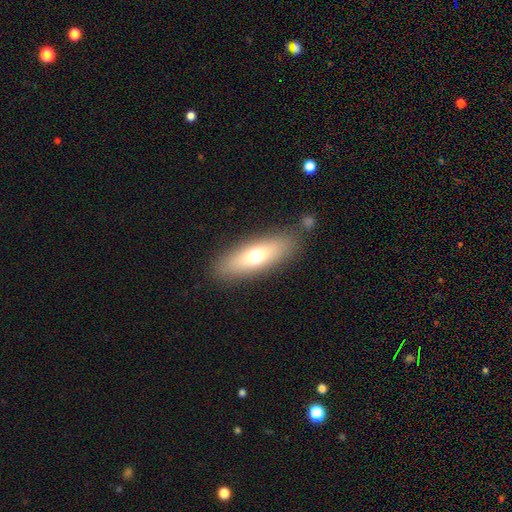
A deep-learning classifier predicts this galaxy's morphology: This appears to be a smooth galaxy with no disk features (63%) that is in between round and cigar-shaped (55%). Merging: none (85%).